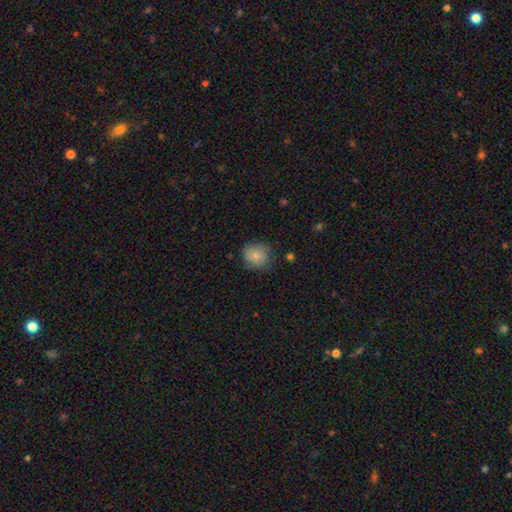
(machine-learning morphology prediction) This appears to be a smooth galaxy with no disk features (78%) that is round (81%). Merging: none (71%).